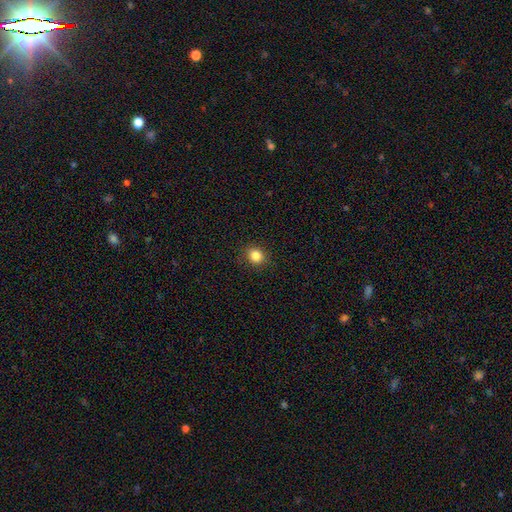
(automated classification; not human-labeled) The model was most divided on "how rounded": round: 75%, in between: 24%, cigar-shaped: 1%. More confident: merging — none (89%); smooth or featured — smooth (84%).